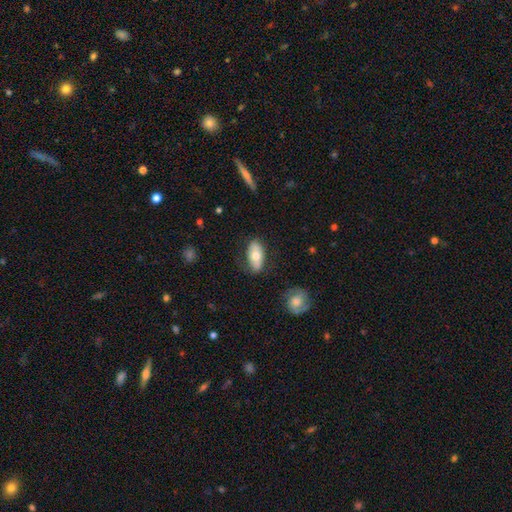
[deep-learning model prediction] Smooth or featured: smooth — 67% (featured or disk — 27%)
How rounded: in between — 92% (cigar-shaped — 4%)
Merging: none — 75% (minor disturbance — 18%)